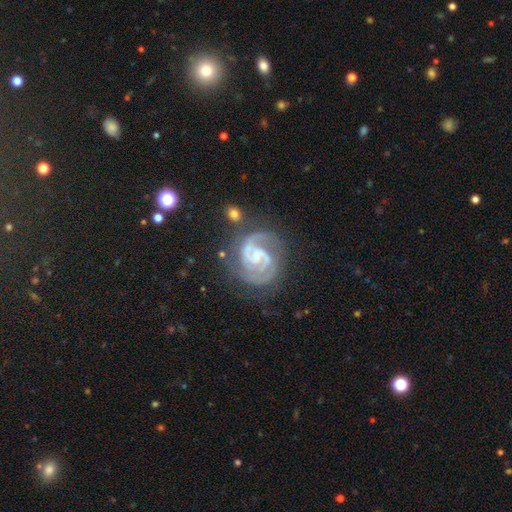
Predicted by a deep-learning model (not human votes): smooth-or-featured: featured or disk: 91% | star or artifact: 5% | smooth: 4%
  disk-edge-on: no: 98% | yes: 2%
    bar: weak: 48% | no: 36% | strong: 16%
    has-spiral-arms: yes: 98% | no: 2%
      spiral-winding: tight: 53% | medium: 42% | loose: 5%
      spiral-arm-count: 2: 82% | 3: 9% | can't tell: 4% | 1: 2% | 4: 2% | more than 4: 2%
    bulge-size: small: 59% | moderate: 27% | none: 11% | large: 2% | dominant: 1%
  merging: none: 71% | minor disturbance: 18% | major disturbance: 8% | merger: 3%